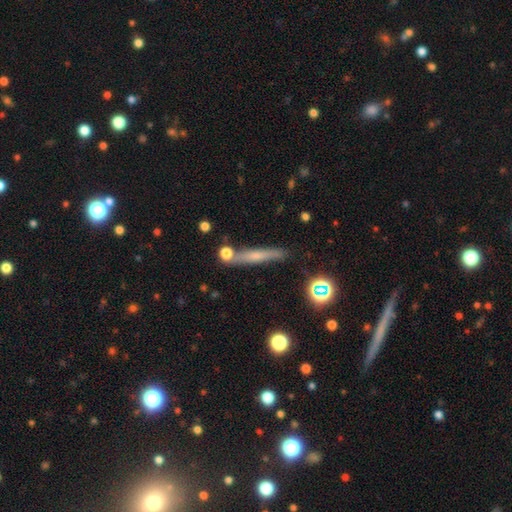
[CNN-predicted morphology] type=smooth (49%); merging=none (79%).